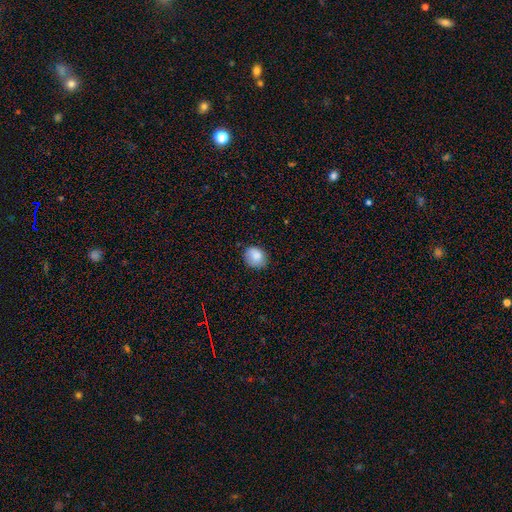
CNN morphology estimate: Smooth or featured? Predicted: smooth (p=0.84). How rounded? Predicted: round (p=0.64). Merging? Predicted: none (p=0.69).